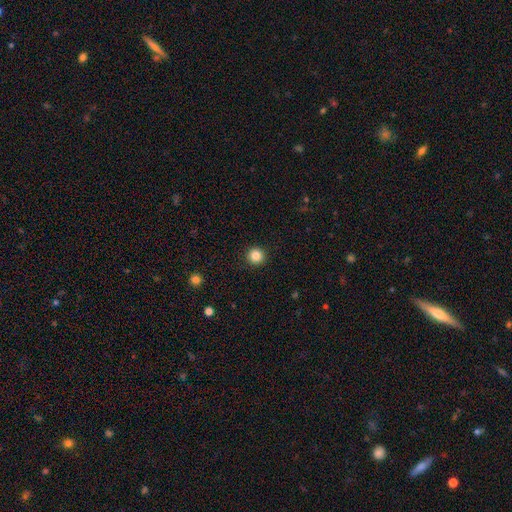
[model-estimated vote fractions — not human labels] smooth-or-featured: smooth: 85% | star or artifact: 11% | featured or disk: 4%
  how-rounded: round: 95% | in between: 4% | cigar-shaped: 1%
  merging: none: 93% | minor disturbance: 5% | major disturbance: 2% | merger: 1%